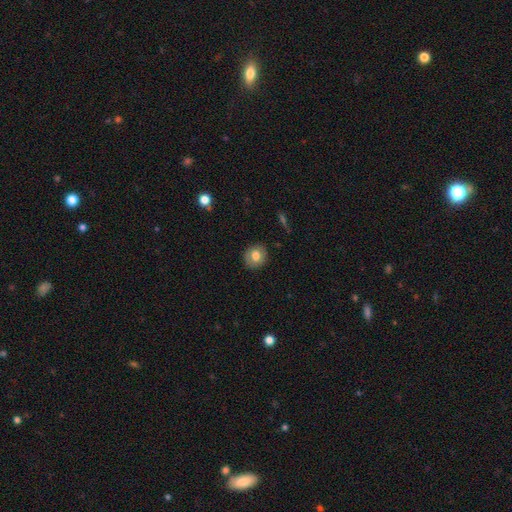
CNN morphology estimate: Smooth or featured? smooth (70%)
How rounded? round (75%)
Merging? none (86%)